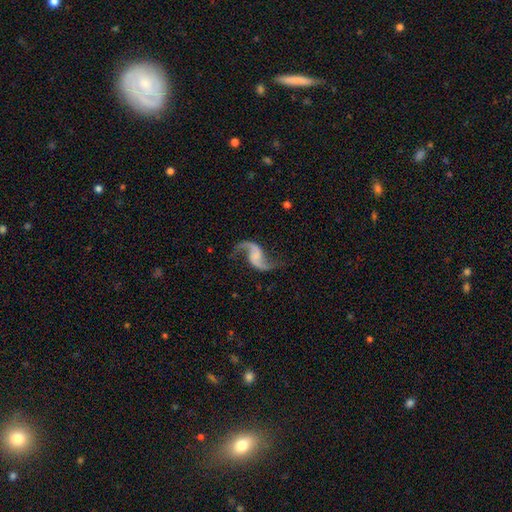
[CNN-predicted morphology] This appears to be a featured or disk galaxy (92%) with no bar (50%), 2 (94%) loose (85%) spiral arms (98%) and no central bulge (61%). Merging: none (77%).